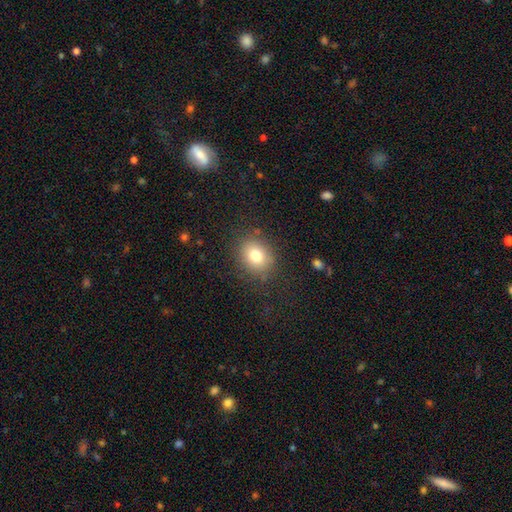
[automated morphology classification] type=smooth (79%); roundness=round (57%); merging=none (83%).